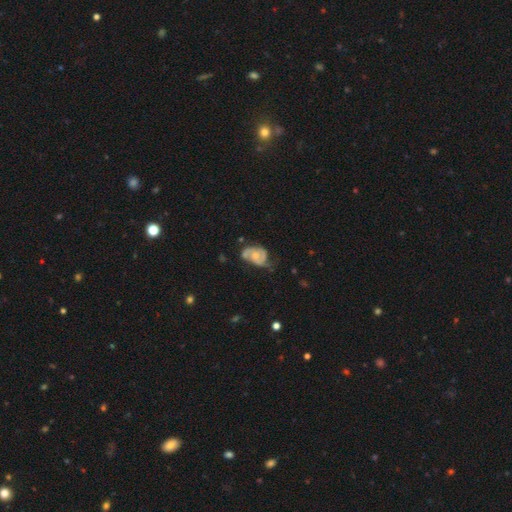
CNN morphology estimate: This appears to be a featured or disk galaxy (71%) with no bar (70%), 2 (70%) medium (43%) spiral arms (86%) and a moderate central bulge (51%). Merging: none (40%).